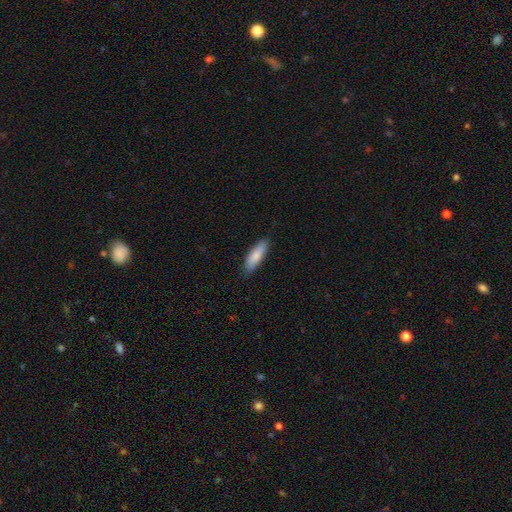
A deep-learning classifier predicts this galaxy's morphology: type=smooth (85%); roundness=in between (51%); merging=none (84%).